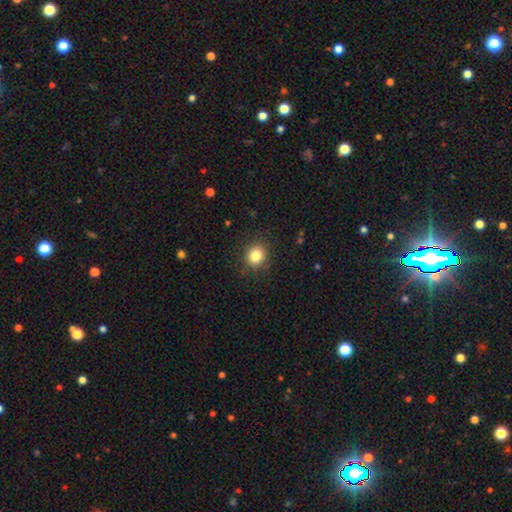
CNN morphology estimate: smooth 83%, star or artifact 11%, featured or disk 6%. Down the decision tree: how rounded — round (77%); merging — none (88%).